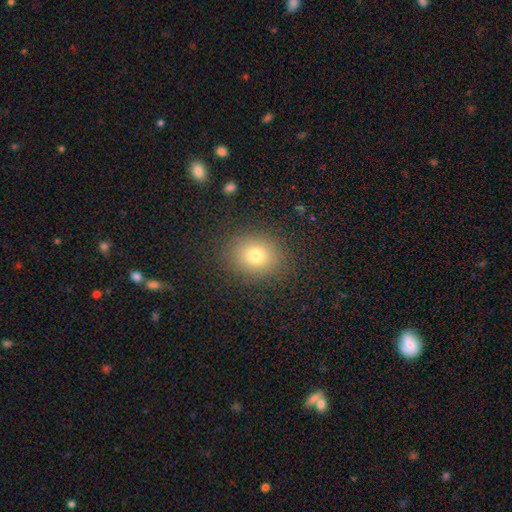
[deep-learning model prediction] smooth-or-featured: smooth: 77% | star or artifact: 13% | featured or disk: 10%
  how-rounded: round: 59% | in between: 40% | cigar-shaped: 1%
  merging: none: 87% | minor disturbance: 8% | major disturbance: 4% | merger: 1%